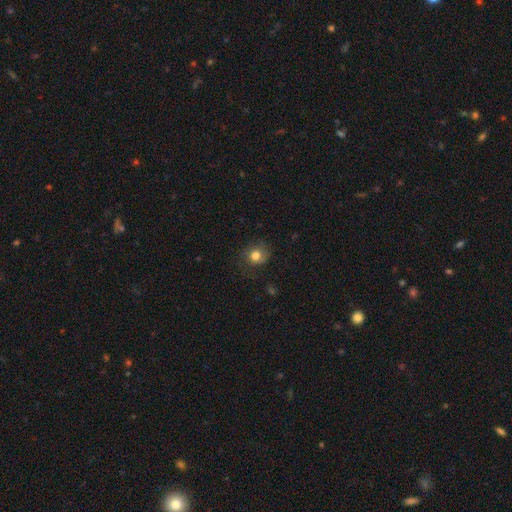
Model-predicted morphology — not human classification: A smooth galaxy with no disk features (79%) that is round (79%).

Vote fractions:
- Smooth or featured? smooth: 79% / star or artifact: 11% / featured or disk: 10%
- How rounded? round: 79% / in between: 20% / cigar-shaped: 1%
- Merging? none: 70% / minor disturbance: 20% / major disturbance: 8% / merger: 1%